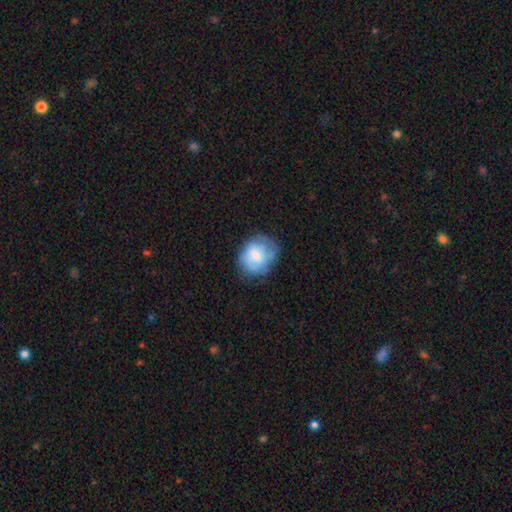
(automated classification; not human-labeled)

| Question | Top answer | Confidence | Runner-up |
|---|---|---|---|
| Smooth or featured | smooth | 53% | featured or disk (39%) |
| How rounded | round | 67% | in between (32%) |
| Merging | none | 62% | minor disturbance (24%) |